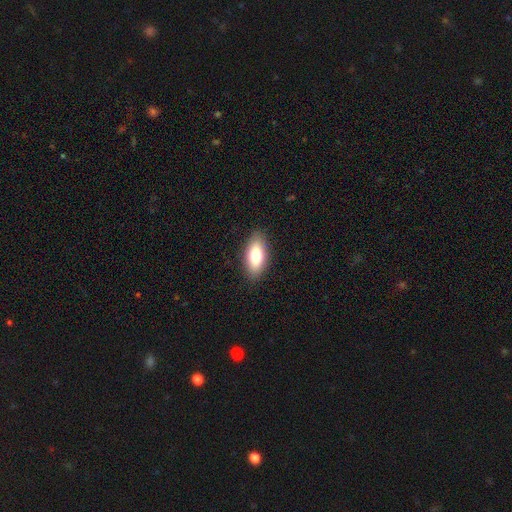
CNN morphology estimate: smooth-or-featured: smooth: 76% | featured or disk: 18% | star or artifact: 7%
  how-rounded: in between: 84% | cigar-shaped: 13% | round: 3%
  merging: none: 88% | minor disturbance: 9% | major disturbance: 2% | merger: 1%